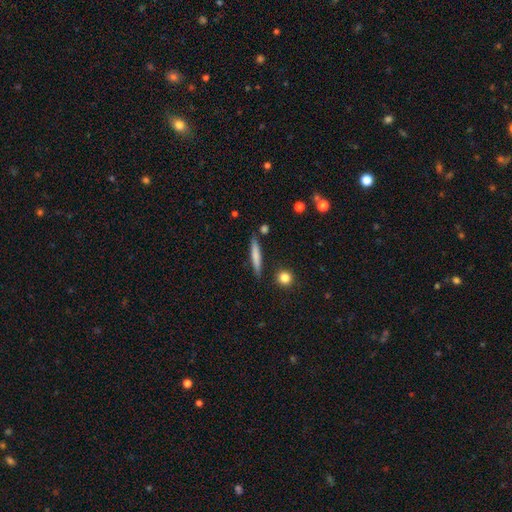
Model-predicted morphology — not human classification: Overall: smooth (70%). How rounded: cigar-shaped (92%). Merging: none (85%).